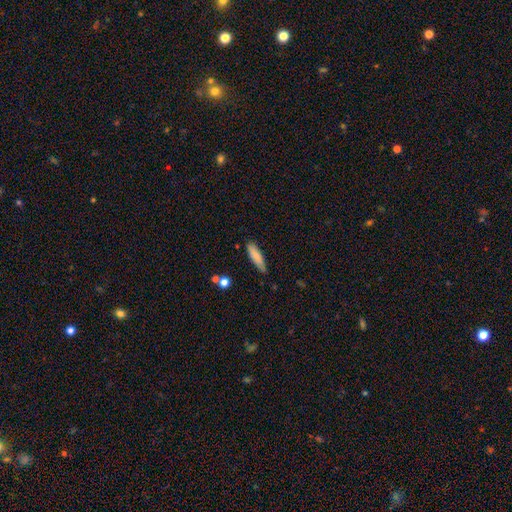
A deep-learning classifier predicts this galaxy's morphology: Smooth or featured: smooth — 83% (featured or disk — 10%)
How rounded: cigar-shaped — 67% (in between — 32%)
Merging: none — 72% (minor disturbance — 22%)